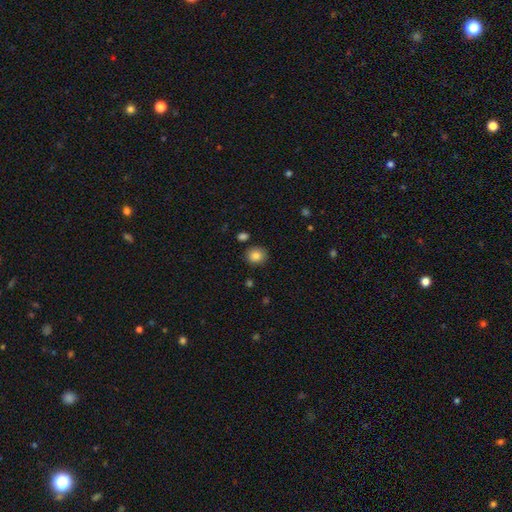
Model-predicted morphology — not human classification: smooth-or-featured: smooth: 85% | star or artifact: 10% | featured or disk: 6%
  how-rounded: round: 81% | in between: 18% | cigar-shaped: 1%
  merging: none: 86% | minor disturbance: 8% | merger: 3% | major disturbance: 2%